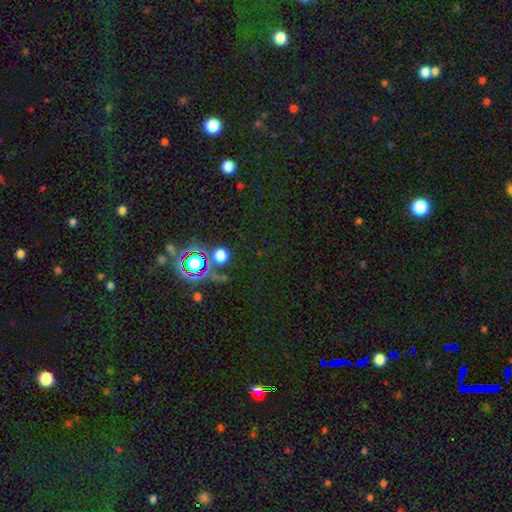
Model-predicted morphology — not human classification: Smooth or featured? star or artifact (80%)